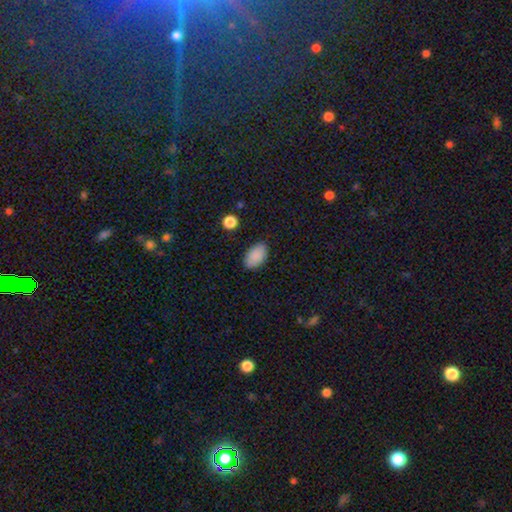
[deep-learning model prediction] Morphology: type=smooth (89%); roundness=in between (93%); merging=none (86%).